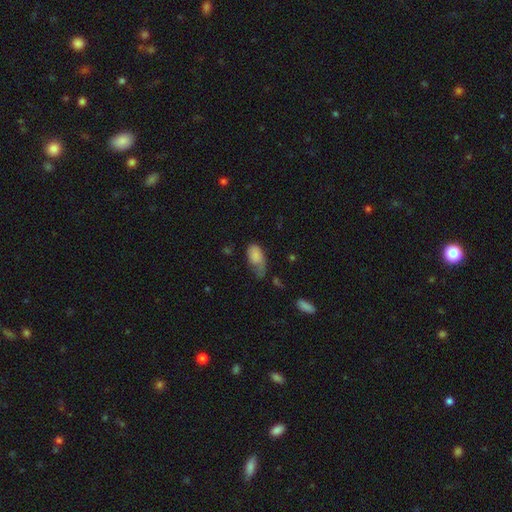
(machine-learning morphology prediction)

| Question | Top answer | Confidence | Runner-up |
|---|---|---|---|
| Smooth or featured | smooth | 79% | featured or disk (14%) |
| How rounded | in between | 91% | round (5%) |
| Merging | minor disturbance | 38% | major disturbance (31%) |